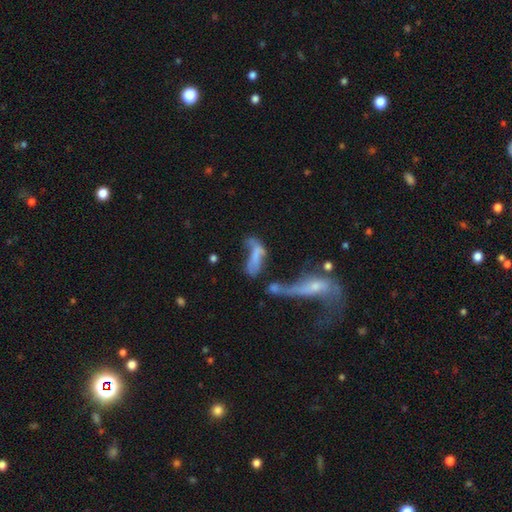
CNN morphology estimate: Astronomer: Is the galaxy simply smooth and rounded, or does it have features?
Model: smooth — 47% (runner-up: featured or disk, 40%).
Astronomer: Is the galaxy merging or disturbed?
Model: merger — 52%.